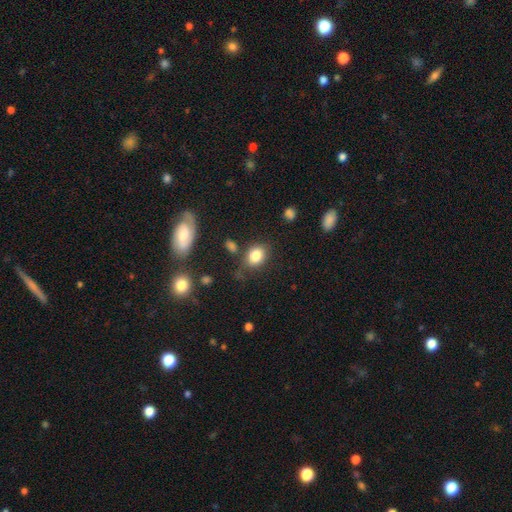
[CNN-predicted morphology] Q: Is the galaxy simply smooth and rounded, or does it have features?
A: smooth — 83%.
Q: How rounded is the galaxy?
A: in between — 59%.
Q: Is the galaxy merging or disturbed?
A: none — 70%.